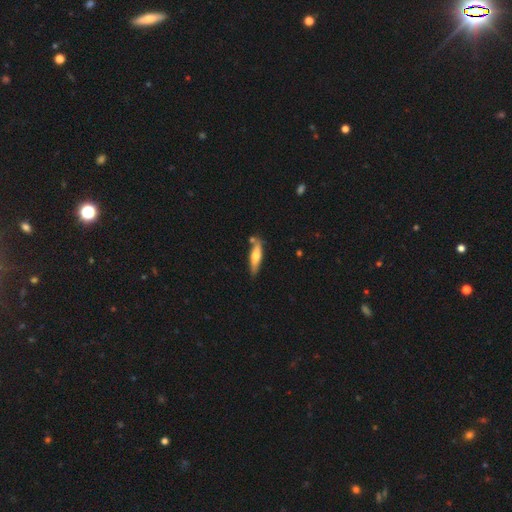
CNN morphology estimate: Smooth or featured: smooth — 51% (featured or disk — 44%)
How rounded: cigar-shaped — 74% (in between — 25%)
Merging: none — 71% (minor disturbance — 16%)